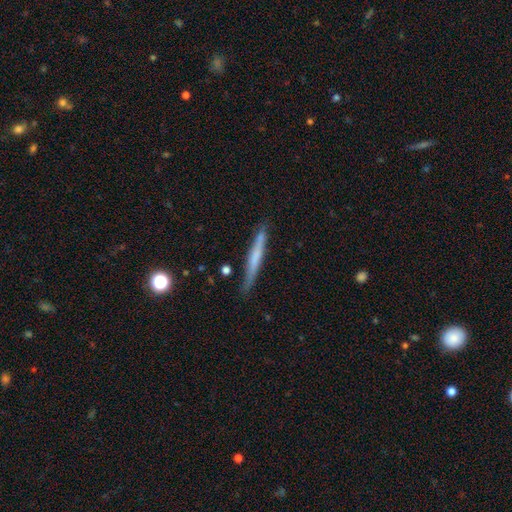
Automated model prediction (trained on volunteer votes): A smooth galaxy with no disk features (53%) that is cigar-shaped (96%).

Vote fractions:
- Smooth or featured? smooth: 53% / featured or disk: 41% / star or artifact: 6%
- How rounded? cigar-shaped: 96% / in between: 3% / round: 1%
- Merging? none: 83% / minor disturbance: 13% / major disturbance: 2% / merger: 2%